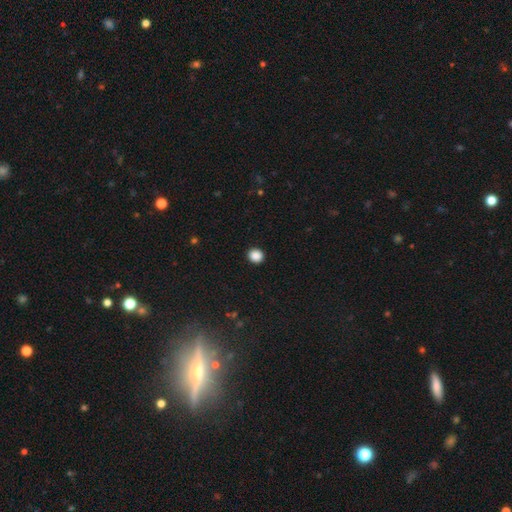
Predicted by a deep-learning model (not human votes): Morphology: type=smooth (88%); roundness=round (85%); merging=none (92%).